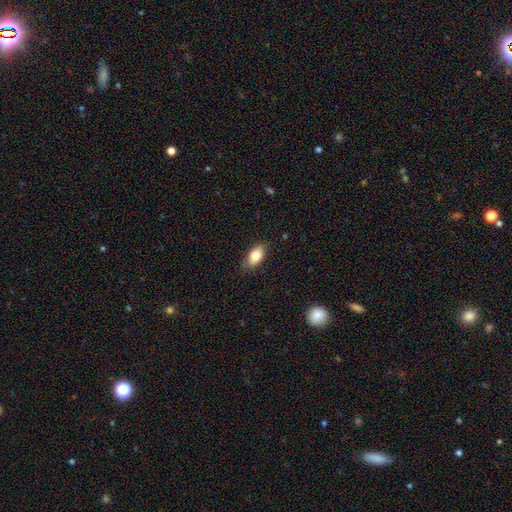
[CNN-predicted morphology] This appears to be a smooth galaxy with no disk features (81%) that is in between round and cigar-shaped (90%). Merging: none (80%).